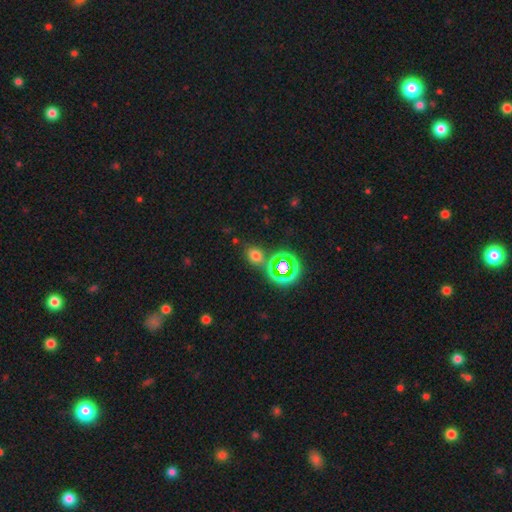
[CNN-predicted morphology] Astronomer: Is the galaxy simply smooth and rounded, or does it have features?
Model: smooth — 62%.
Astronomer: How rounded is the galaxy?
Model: in between — 51% (runner-up: round, 47%).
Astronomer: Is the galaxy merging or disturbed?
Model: none — 75%.